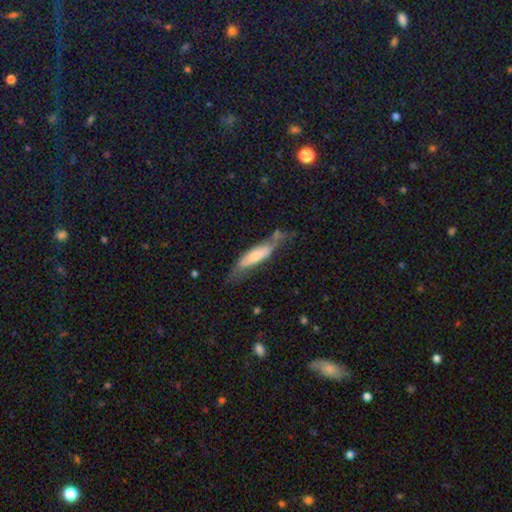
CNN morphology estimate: type=smooth (52%); roundness=cigar-shaped (61%); merging=none (44%).